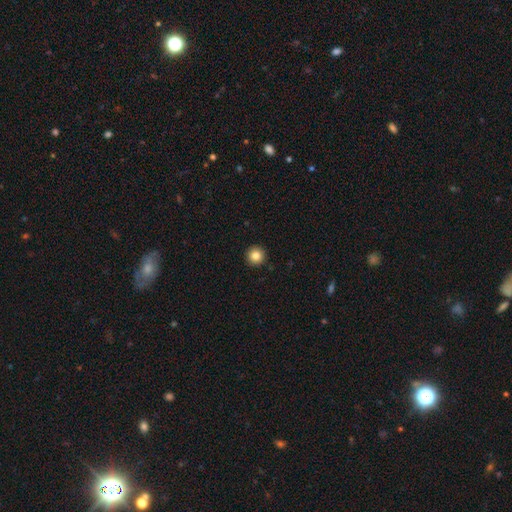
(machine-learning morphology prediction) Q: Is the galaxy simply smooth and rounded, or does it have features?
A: smooth — 84%.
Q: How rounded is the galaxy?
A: round — 96%.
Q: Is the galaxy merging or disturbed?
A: none — 94%.